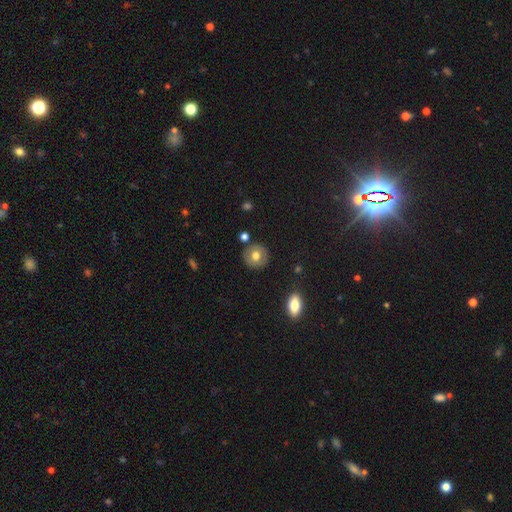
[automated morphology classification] smooth_or_featured: smooth (p=0.66) [alt: featured or disk p=0.25]
how_rounded: round (p=0.90) [alt: in between p=0.09]
merging: none (p=0.87) [alt: minor disturbance p=0.08]